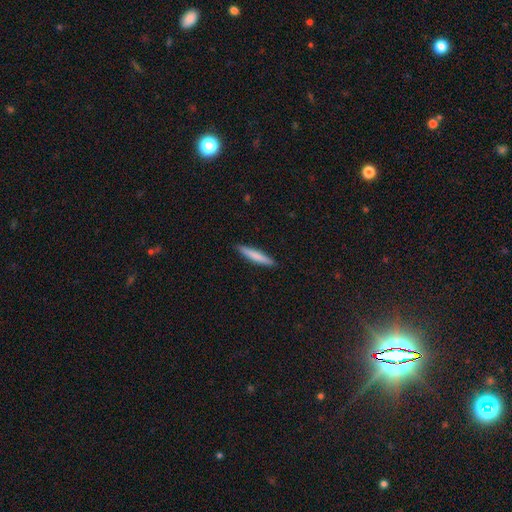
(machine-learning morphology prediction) Smooth or featured?
  - smooth: 76% *
  - featured or disk: 19%
  - star or artifact: 5%
How rounded?
  - cigar-shaped: 93% *
  - in between: 6%
  - round: 1%
Merging?
  - none: 90% *
  - minor disturbance: 7%
  - major disturbance: 1%
  - merger: 1%